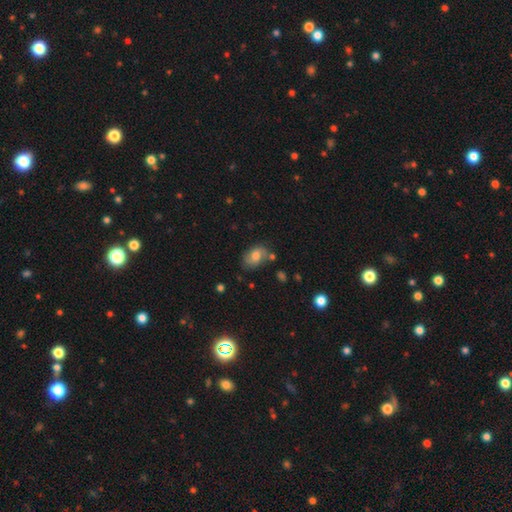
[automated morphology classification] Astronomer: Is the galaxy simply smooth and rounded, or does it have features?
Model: smooth — 68%.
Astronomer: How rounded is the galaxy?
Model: in between — 83%.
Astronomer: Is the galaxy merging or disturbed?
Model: none — 63%.